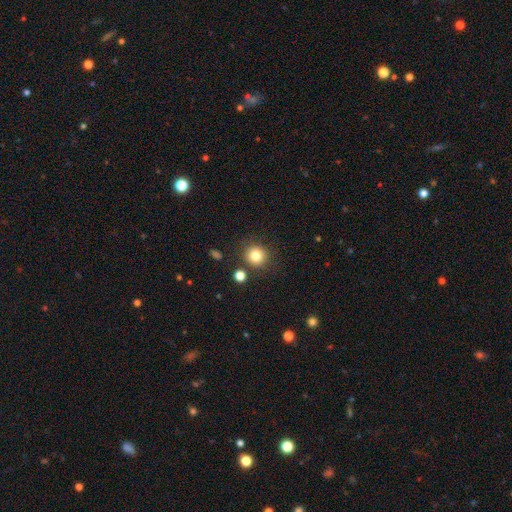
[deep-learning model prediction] Smooth or featured: smooth — 82% (star or artifact — 12%)
How rounded: round — 92% (in between — 7%)
Merging: none — 84% (minor disturbance — 8%)